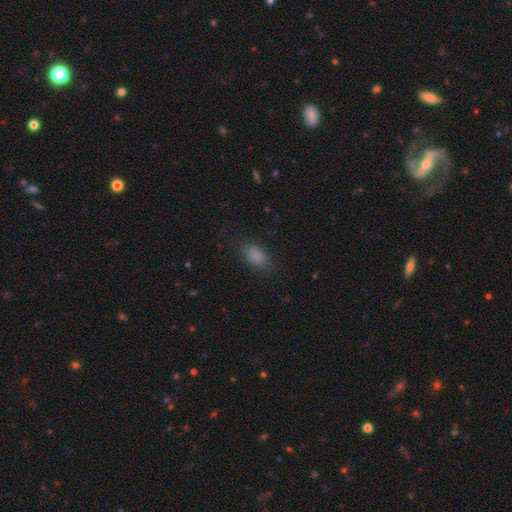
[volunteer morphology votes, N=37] Q: Smooth or featured?
A: smooth (95%); runner-up: featured or disk (5%)
Q: How rounded?
A: in between (83%); runner-up: round (17%)
Q: Merging?
A: none (95%); runner-up: minor disturbance (5%)